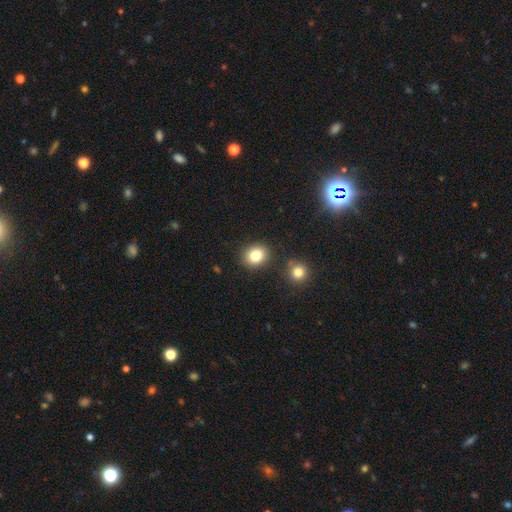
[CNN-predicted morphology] Smooth or featured? Predicted: smooth (p=0.82). How rounded? Predicted: round (p=0.70). Merging? Predicted: none (p=0.85).